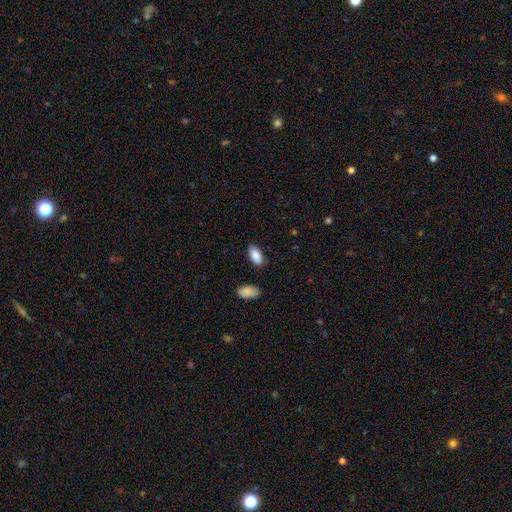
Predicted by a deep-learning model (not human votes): Smooth or featured? Predicted: smooth (p=0.89). How rounded? Predicted: in between (p=0.94). Merging? Predicted: none (p=0.84).